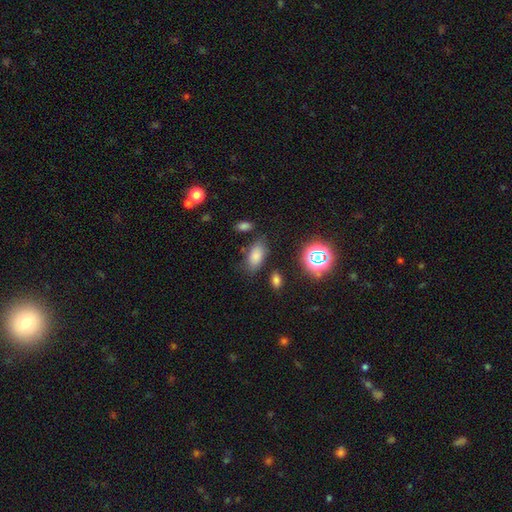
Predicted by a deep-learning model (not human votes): Smooth or featured? smooth (74%)
How rounded? in between (88%)
Merging? none (76%)